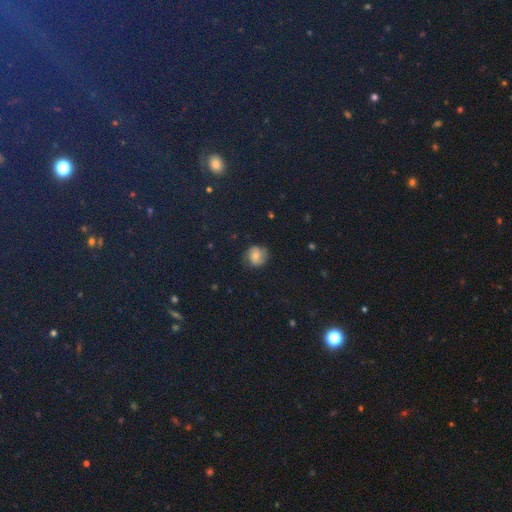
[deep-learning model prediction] Smooth or featured?
  - smooth: 53% *
  - star or artifact: 25%
  - featured or disk: 22%
How rounded?
  - round: 85% *
  - in between: 14%
  - cigar-shaped: 1%
Merging?
  - none: 79% *
  - minor disturbance: 14%
  - major disturbance: 5%
  - merger: 1%